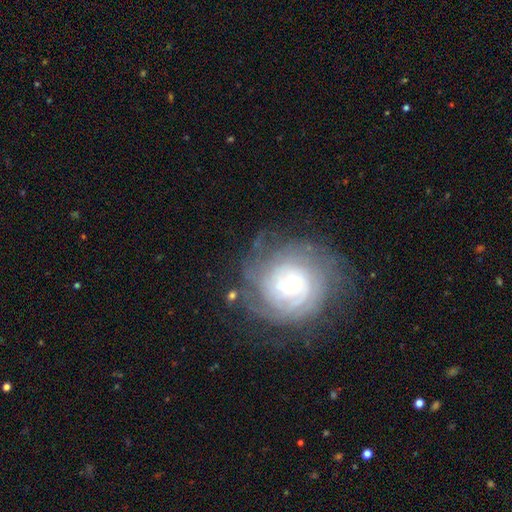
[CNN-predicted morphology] type=featured or disk (66%); edge-on=no (97%); bar=no (68%); spiral arms=yes (90%); winding=tight (72%); arm count=can't tell (44%); bulge=moderate (45%); merging=none (81%).